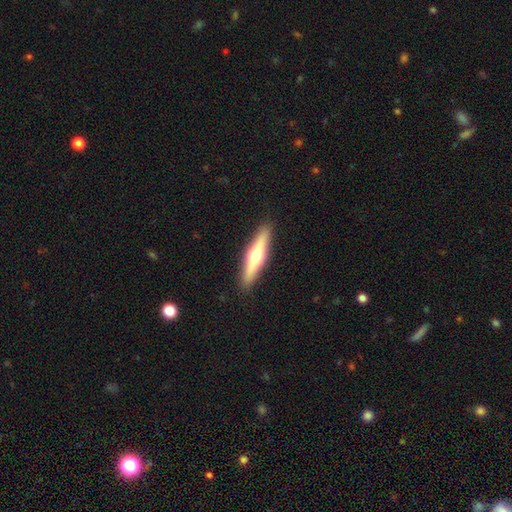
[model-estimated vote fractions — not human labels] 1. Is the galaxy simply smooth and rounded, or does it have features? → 51% featured or disk, 43% smooth, 5% star or artifact.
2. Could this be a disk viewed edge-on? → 93% yes, 7% no.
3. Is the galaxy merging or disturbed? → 90% none, 7% minor disturbance, 2% major disturbance, 1% merger.